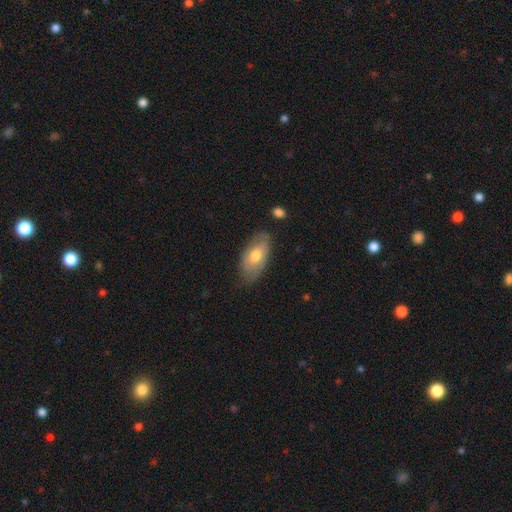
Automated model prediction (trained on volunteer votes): Smooth or featured? smooth (63%)
How rounded? in between (92%)
Merging? none (71%)